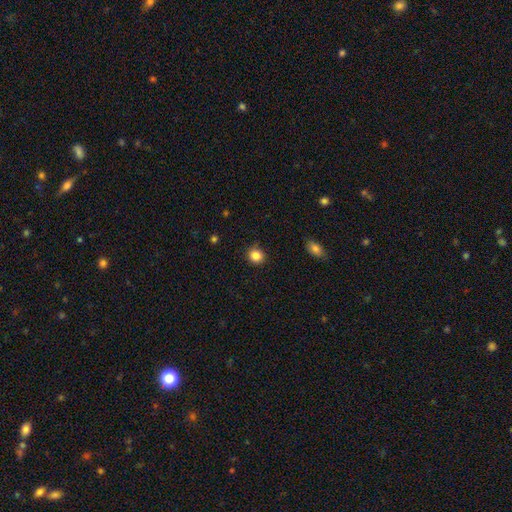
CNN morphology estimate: smooth-or-featured: smooth: 85% | star or artifact: 11% | featured or disk: 4%
  how-rounded: round: 89% | in between: 10% | cigar-shaped: 1%
  merging: none: 85% | minor disturbance: 11% | major disturbance: 2% | merger: 1%